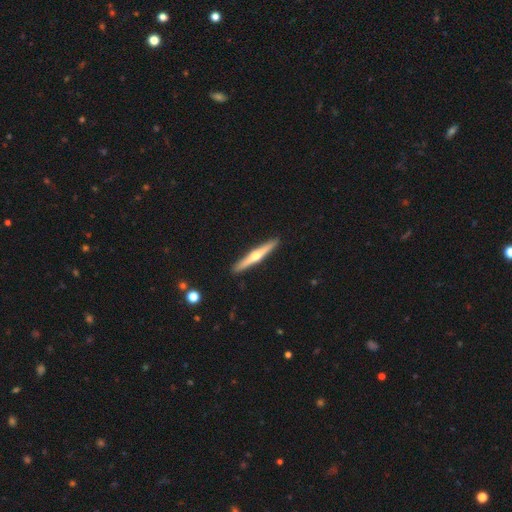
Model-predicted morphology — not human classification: featured or disk 67%, smooth 28%, star or artifact 5%. Down the decision tree: edge-on disk — yes (98%); edge-on bulge — rounded (91%); merging — none (92%).